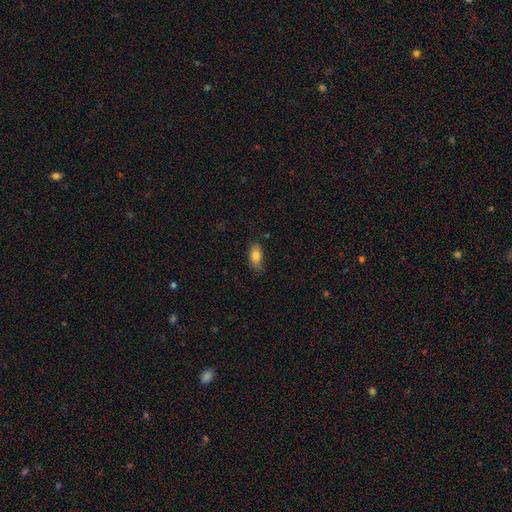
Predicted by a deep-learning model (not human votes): The model was most divided on "merging": none: 73%, minor disturbance: 21%, major disturbance: 4%, merger: 1%. More confident: how rounded — in between (88%); smooth or featured — smooth (80%).